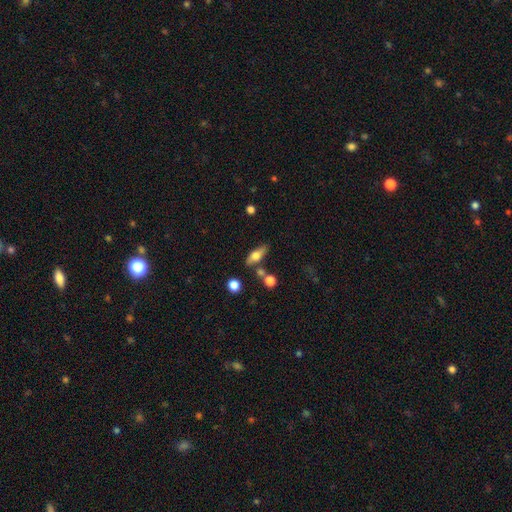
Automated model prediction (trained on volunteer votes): smooth-or-featured: smooth: 58% | featured or disk: 35% | star or artifact: 8%
  how-rounded: in between: 63% | cigar-shaped: 31% | round: 5%
  merging: none: 70% | minor disturbance: 16% | merger: 10% | major disturbance: 5%